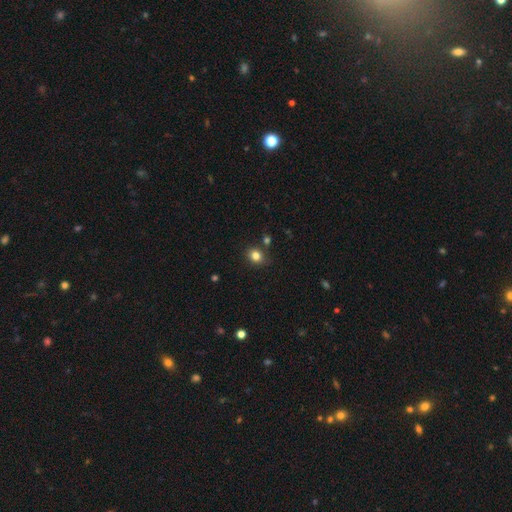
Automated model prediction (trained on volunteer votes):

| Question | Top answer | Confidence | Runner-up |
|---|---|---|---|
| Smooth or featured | smooth | 81% | star or artifact (12%) |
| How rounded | round | 67% | in between (32%) |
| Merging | none | 80% | minor disturbance (12%) |